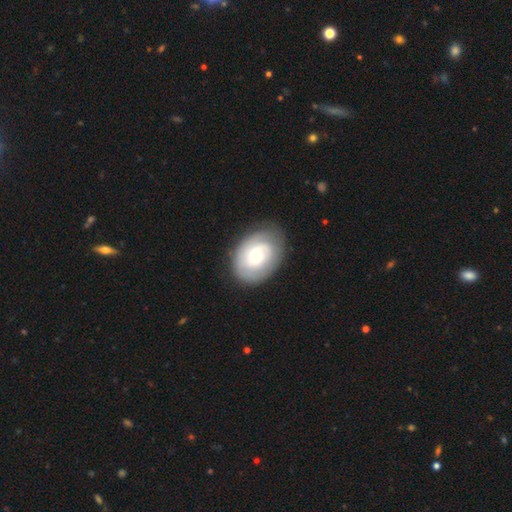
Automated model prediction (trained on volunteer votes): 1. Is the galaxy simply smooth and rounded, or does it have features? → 57% featured or disk, 36% smooth, 6% star or artifact.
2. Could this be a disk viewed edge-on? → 96% no, 4% yes.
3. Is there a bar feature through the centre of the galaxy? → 65% no, 29% weak, 6% strong.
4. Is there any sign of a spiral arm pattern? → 77% yes, 23% no.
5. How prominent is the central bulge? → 47% moderate, 44% small, 6% large, 1% dominant, 1% none.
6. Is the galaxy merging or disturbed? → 76% none, 16% minor disturbance, 6% major disturbance, 1% merger.